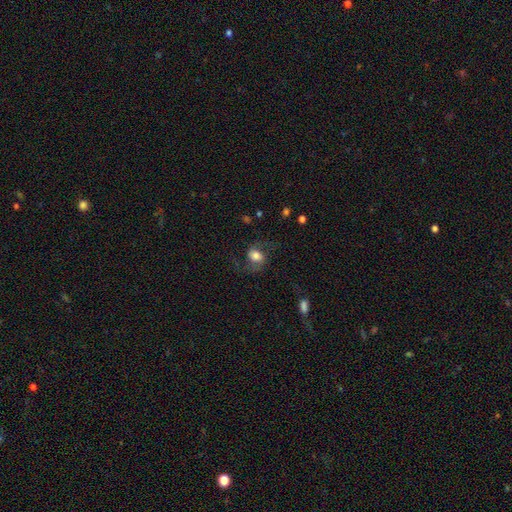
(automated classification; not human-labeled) This appears to be a smooth galaxy with no disk features (46%). Merging: none (62%).